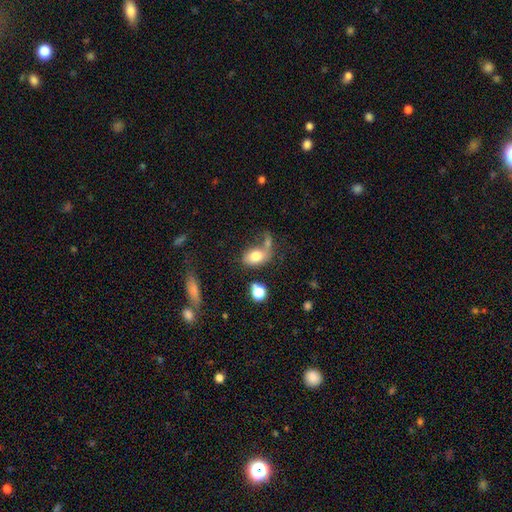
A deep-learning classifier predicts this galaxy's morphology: smooth 75%, featured or disk 15%, star or artifact 10%. Down the decision tree: how rounded — in between (82%); merging — none (36%).